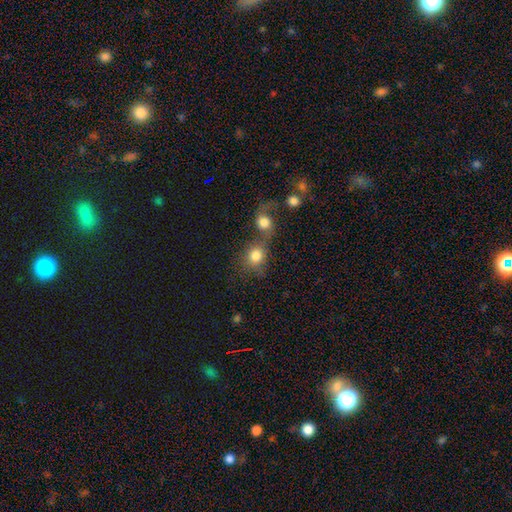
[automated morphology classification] smooth_or_featured: smooth (p=0.79) [alt: featured or disk p=0.11]
how_rounded: round (p=0.76) [alt: in between p=0.23]
merging: merger (p=0.54) [alt: none p=0.32]